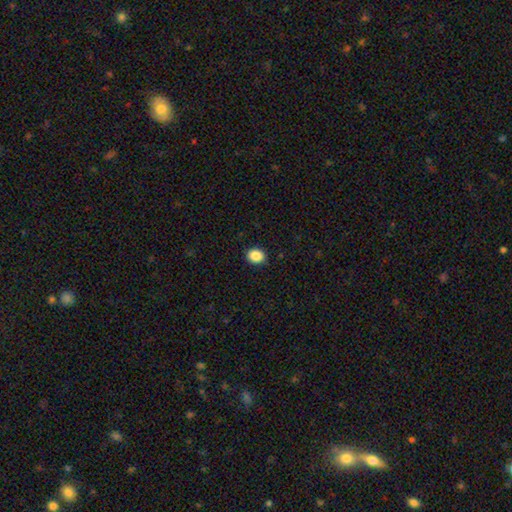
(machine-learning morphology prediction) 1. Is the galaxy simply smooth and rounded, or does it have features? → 88% smooth, 9% star or artifact, 3% featured or disk.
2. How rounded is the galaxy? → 51% round, 48% in between, 1% cigar-shaped.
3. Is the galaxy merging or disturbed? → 90% none, 7% minor disturbance, 2% major disturbance, 1% merger.